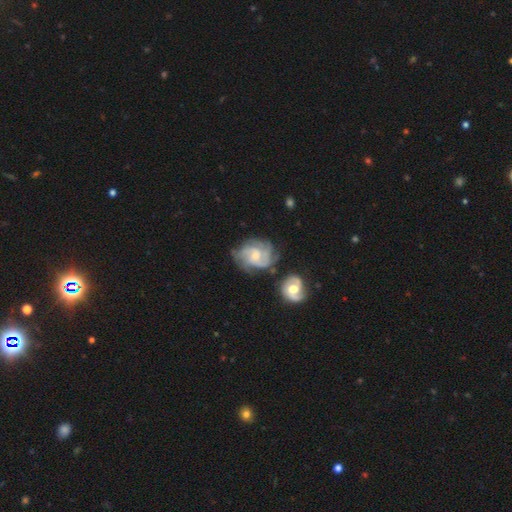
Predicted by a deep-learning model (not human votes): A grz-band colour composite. It shows a featured or disk galaxy (80%) with no bar (59%), can't tell (28%, tied with 3) medium (43%) spiral arms (92%) and a small central bulge (48%). Merging: none (55%).